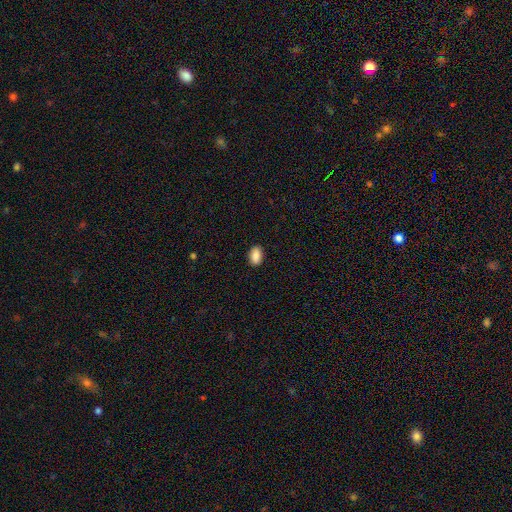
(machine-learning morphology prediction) smooth-or-featured: smooth: 89% | star or artifact: 7% | featured or disk: 3%
  how-rounded: in between: 90% | round: 8% | cigar-shaped: 2%
  merging: none: 89% | minor disturbance: 8% | major disturbance: 2% | merger: 1%